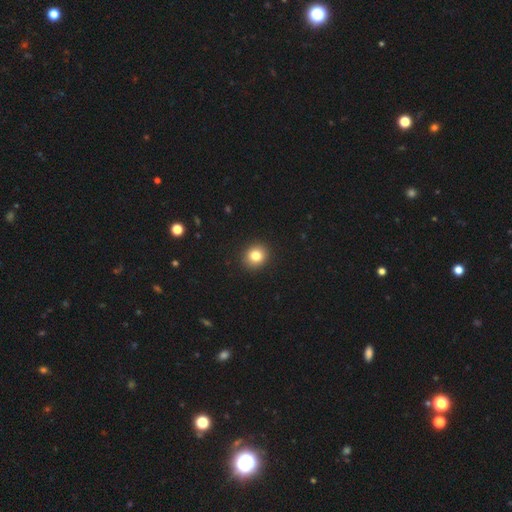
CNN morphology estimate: type=smooth (82%); roundness=round (77%); merging=none (92%).